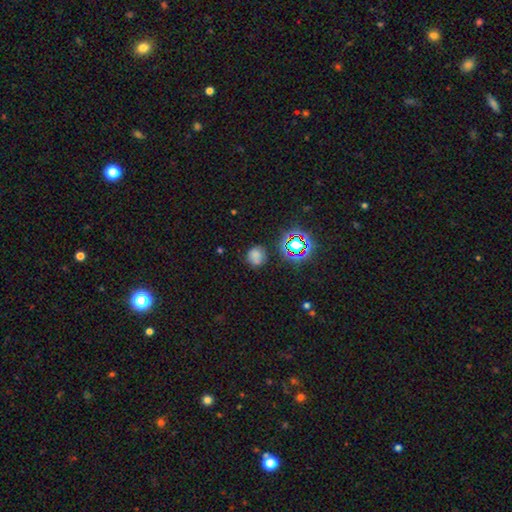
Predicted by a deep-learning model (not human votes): smooth_or_featured: smooth (p=0.66) [alt: star or artifact p=0.24]
how_rounded: round (p=0.86) [alt: in between p=0.13]
merging: none (p=0.68) [alt: minor disturbance p=0.16]